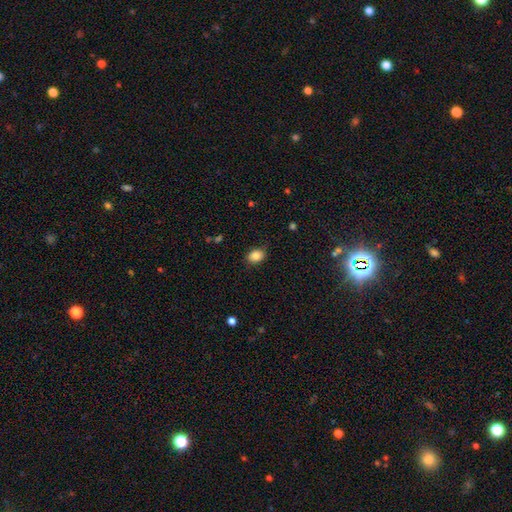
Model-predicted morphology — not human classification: This is clearly a smooth galaxy (86%). How rounded: likely in between (70%). Merging: clearly none (82%).